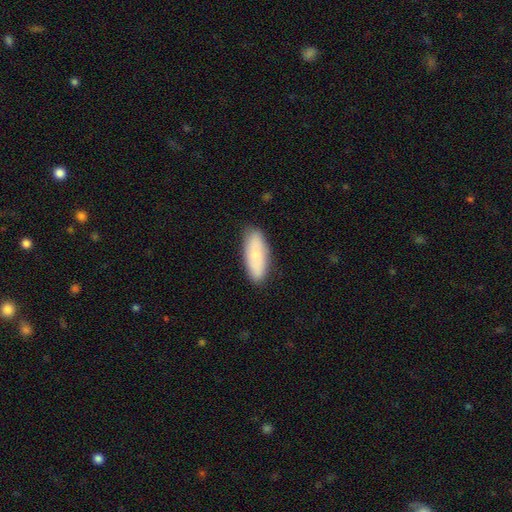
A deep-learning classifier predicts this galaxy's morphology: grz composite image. It shows a smooth galaxy with no disk features (71%) that is in between round and cigar-shaped (71%). Merging: none (84%).